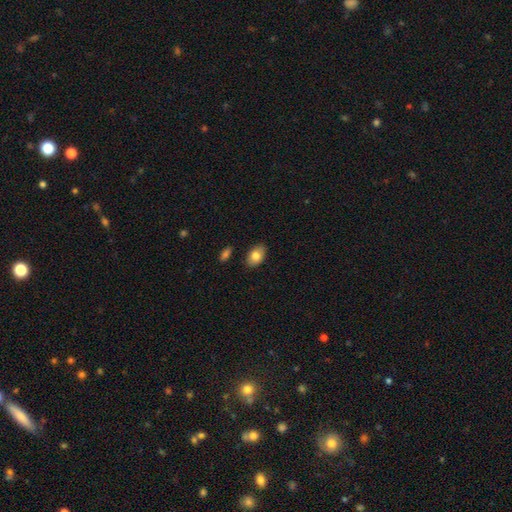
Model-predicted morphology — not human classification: Smooth or featured?
  - smooth: 81% *
  - featured or disk: 12%
  - star or artifact: 7%
How rounded?
  - in between: 88% *
  - round: 11%
  - cigar-shaped: 1%
Merging?
  - none: 86% *
  - minor disturbance: 10%
  - major disturbance: 2%
  - merger: 2%